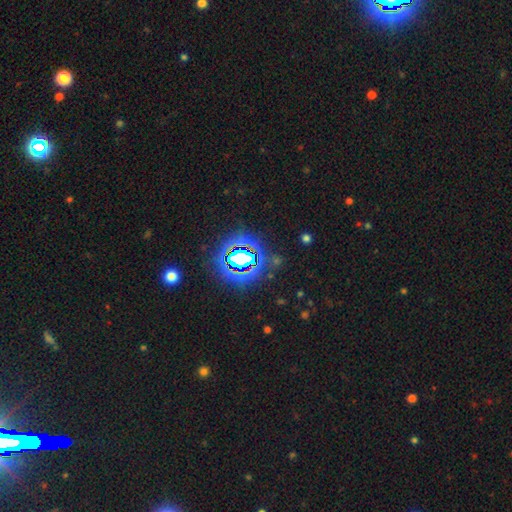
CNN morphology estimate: The model was most divided on "smooth or featured": star or artifact: 80%, smooth: 12%, featured or disk: 8%.